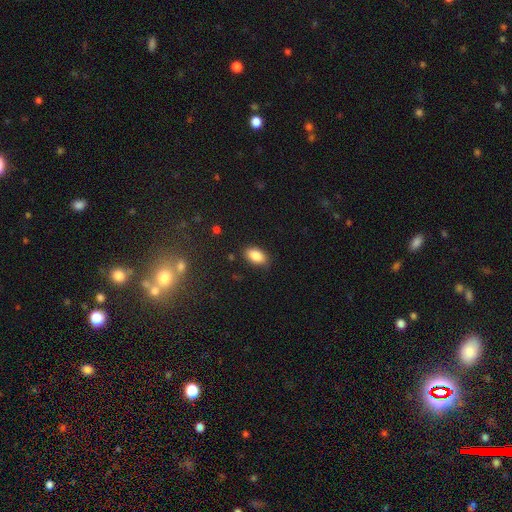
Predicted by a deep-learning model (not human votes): smooth_or_featured: smooth (p=0.87) [alt: star or artifact p=0.08]
how_rounded: in between (p=0.92) [alt: round p=0.06]
merging: none (p=0.81) [alt: minor disturbance p=0.15]